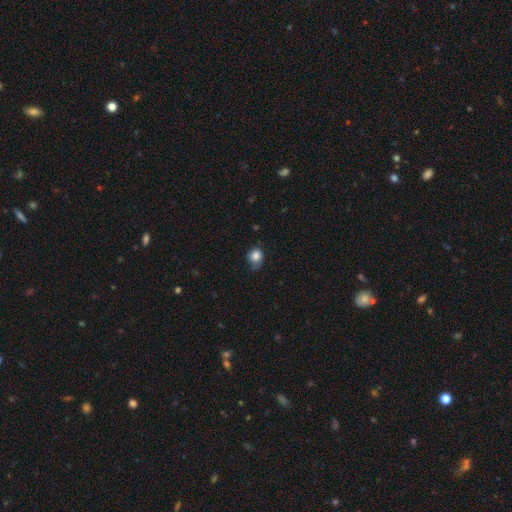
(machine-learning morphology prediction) A smooth galaxy with no disk features (83%) that is round (73%). Merging: none (52%).